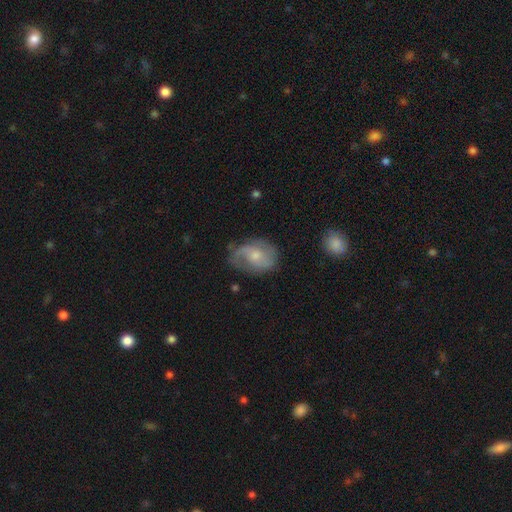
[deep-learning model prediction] Smooth or featured: featured or disk — 63% (smooth — 30%)
Edge-on disk: no — 97% (yes — 3%)
Bar: no — 58% (weak — 36%)
Spiral arms: yes — 87% (no — 13%)
Spiral winding: medium — 45% (loose — 34%)
Spiral arm count: 2 — 70% (can't tell — 13%)
Bulge size: moderate — 48% (small — 43%)
Merging: none — 59% (minor disturbance — 27%)